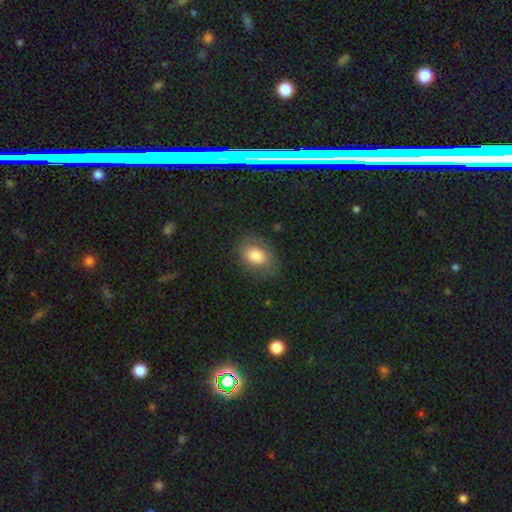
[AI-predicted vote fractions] Q: Smooth or featured?
A: smooth (76%); runner-up: featured or disk (15%)
Q: How rounded?
A: in between (75%); runner-up: round (24%)
Q: Merging?
A: none (73%); runner-up: minor disturbance (18%)